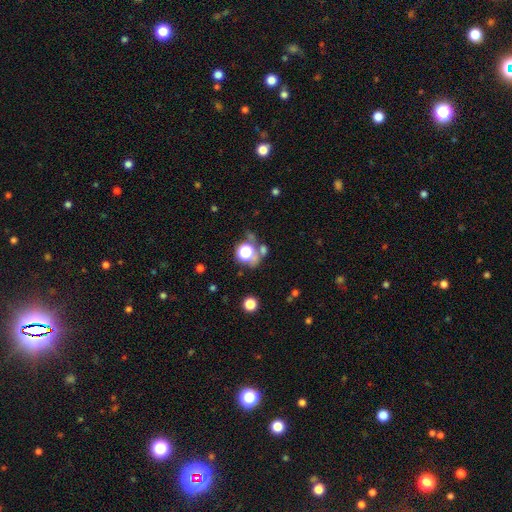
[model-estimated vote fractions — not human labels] Smooth or featured? Predicted: smooth (p=0.44). Merging? Predicted: none (p=0.60).